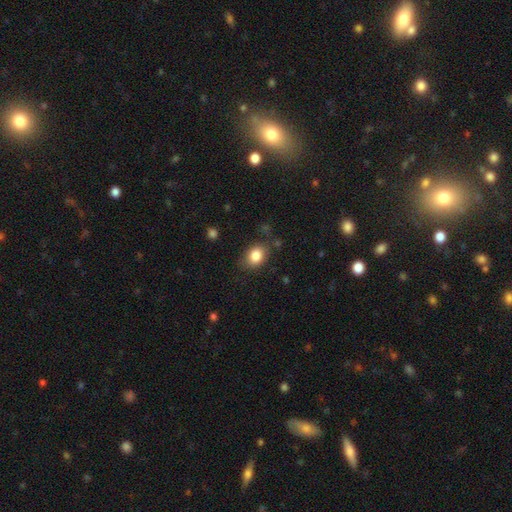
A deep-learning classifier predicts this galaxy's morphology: Smooth or featured? smooth (85%)
How rounded? in between (63%)
Merging? none (77%)